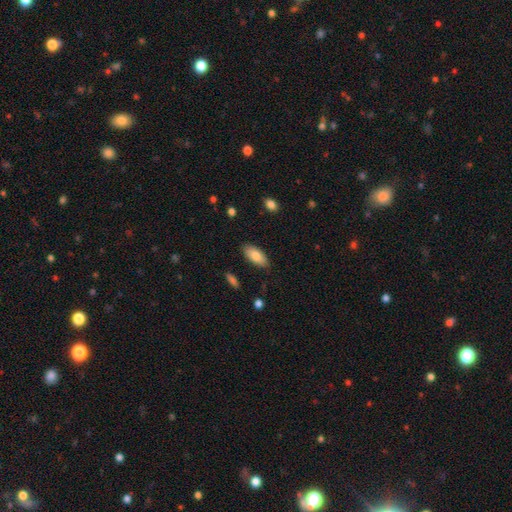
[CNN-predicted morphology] The model was most divided on "smooth or featured": smooth: 82%, featured or disk: 11%, star or artifact: 6%. More confident: how rounded — in between (87%); merging — none (86%).